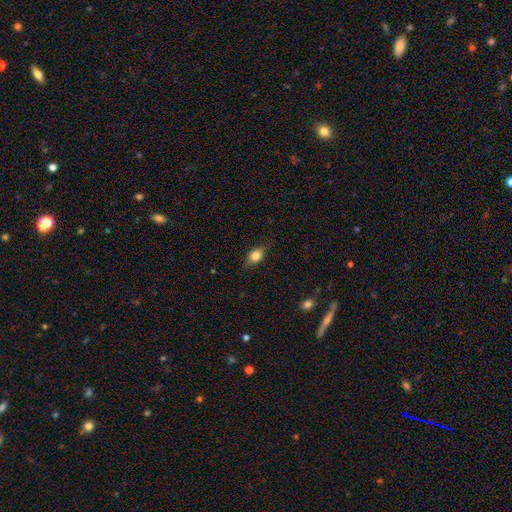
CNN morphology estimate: A smooth galaxy with no disk features (78%) that is in between round and cigar-shaped (72%). Merging: none (75%).